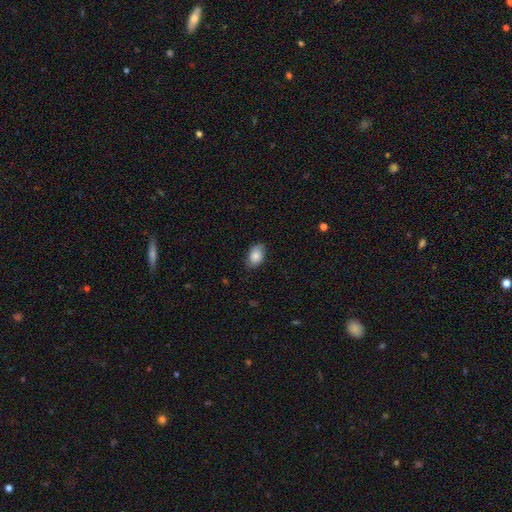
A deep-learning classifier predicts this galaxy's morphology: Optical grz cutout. It shows a smooth galaxy with no disk features (85%) that is in between round and cigar-shaped (89%). Merging: none (80%).